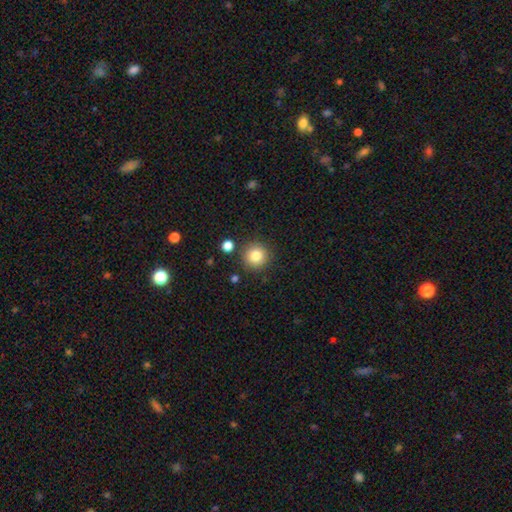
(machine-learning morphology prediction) Smooth or featured?
  - smooth: 83% *
  - star or artifact: 11%
  - featured or disk: 7%
How rounded?
  - round: 95% *
  - in between: 4%
  - cigar-shaped: 1%
Merging?
  - none: 87% *
  - minor disturbance: 7%
  - merger: 4%
  - major disturbance: 2%